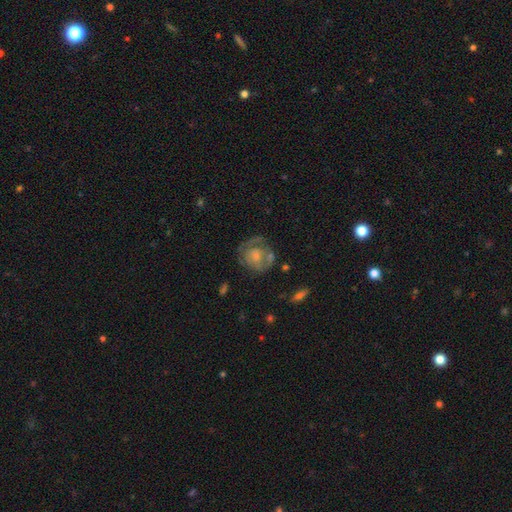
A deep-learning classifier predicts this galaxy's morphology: This is likely a featured or disk galaxy (61%). It is clearly not viewed edge-on (97%). Bar: likely no (79%). Spiral arm pattern: possibly yes (57%). Central bulge: marginally moderate (42%). Merging: likely none (62%).